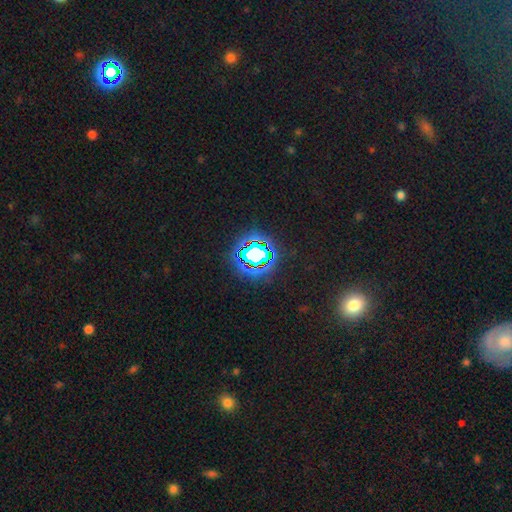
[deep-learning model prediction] smooth-or-featured: star or artifact: 66% | smooth: 22% | featured or disk: 13%